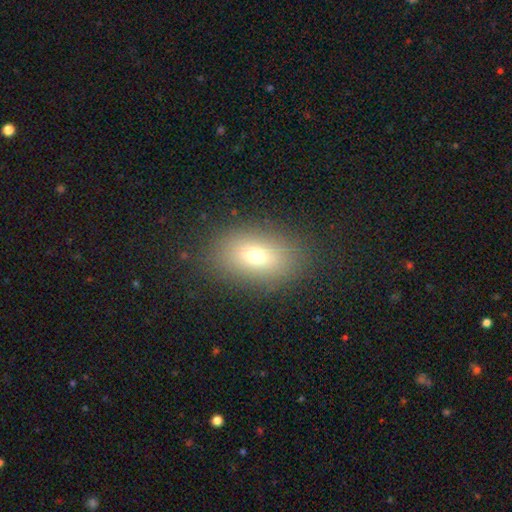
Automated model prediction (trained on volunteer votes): A smooth galaxy with no disk features (70%) that is in between round and cigar-shaped (83%). Merging: none (85%).